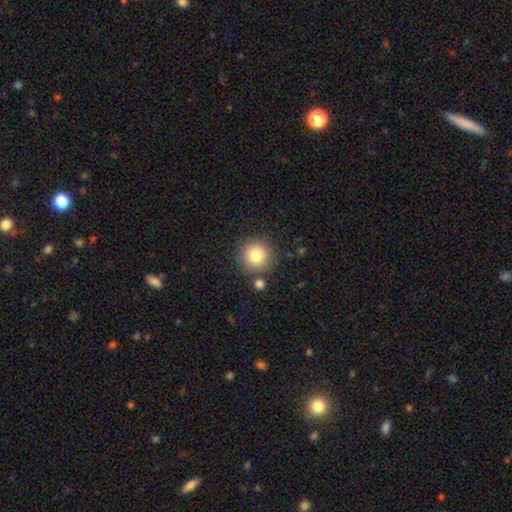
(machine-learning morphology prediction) smooth-or-featured: smooth: 80% | star or artifact: 11% | featured or disk: 9%
  how-rounded: round: 94% | in between: 5% | cigar-shaped: 1%
  merging: none: 82% | minor disturbance: 8% | merger: 7% | major disturbance: 3%